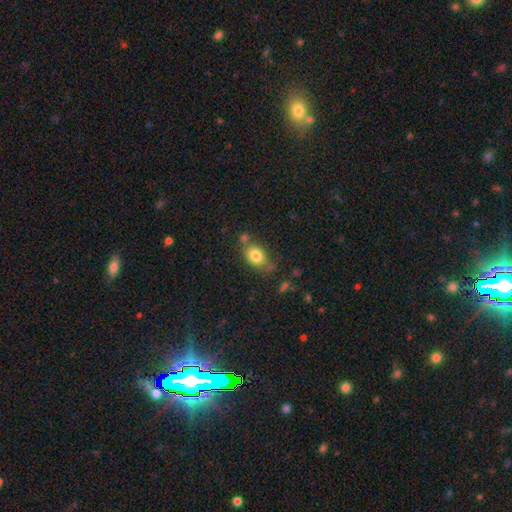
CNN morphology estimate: Smooth or featured: smooth — 82% (featured or disk — 10%)
How rounded: in between — 73% (round — 25%)
Merging: none — 64% (minor disturbance — 18%)